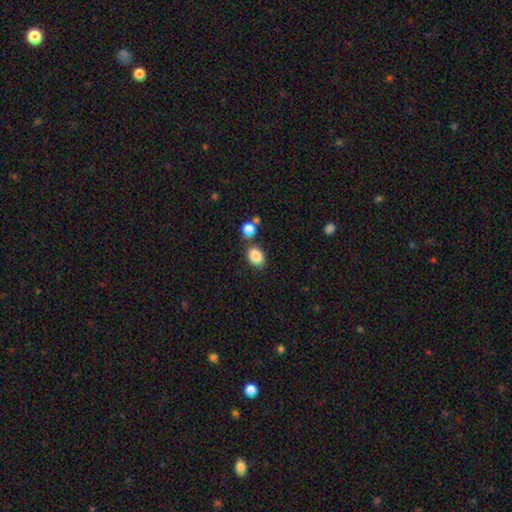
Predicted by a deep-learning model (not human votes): Smooth or featured: smooth — 86% (star or artifact — 9%)
How rounded: in between — 76% (round — 23%)
Merging: none — 71% (minor disturbance — 13%)